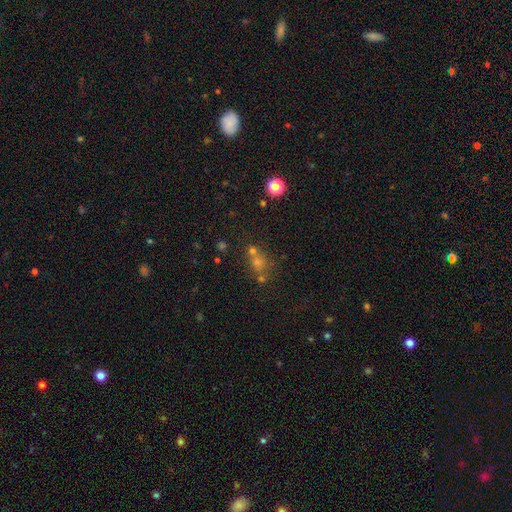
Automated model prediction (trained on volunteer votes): This appears to be a smooth galaxy with no disk features (48%). Merging: none (49%).